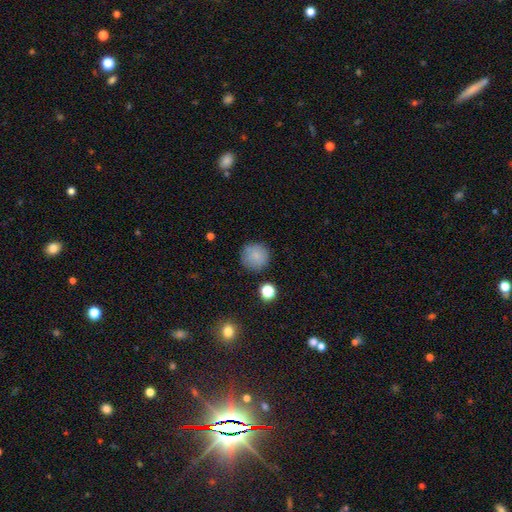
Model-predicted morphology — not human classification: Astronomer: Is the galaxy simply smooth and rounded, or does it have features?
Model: smooth — 83%.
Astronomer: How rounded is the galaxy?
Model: round — 95%.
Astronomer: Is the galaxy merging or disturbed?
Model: none — 86%.